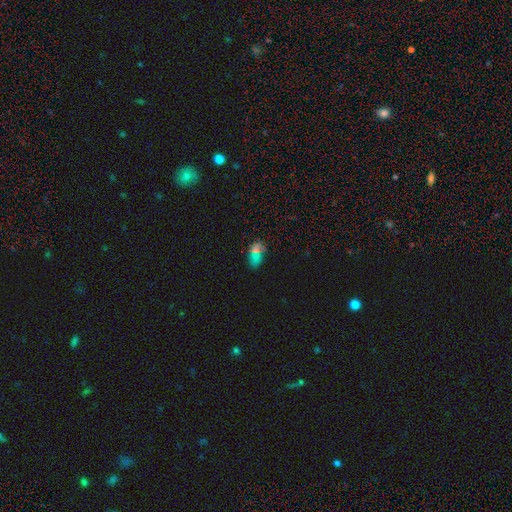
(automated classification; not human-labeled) Smooth or featured? smooth (54%)
How rounded? in between (86%)
Merging? none (70%)